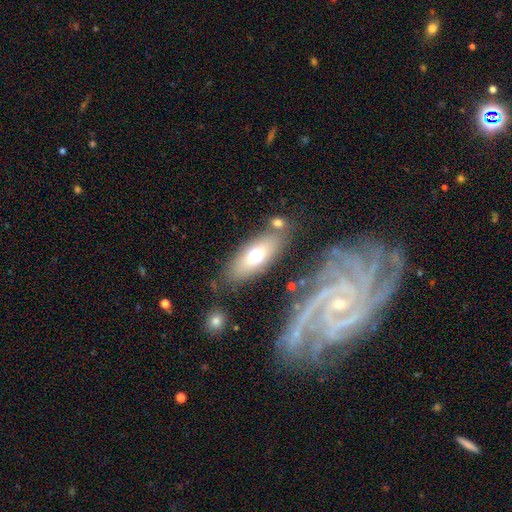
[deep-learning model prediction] A smooth galaxy with no disk features (65%) that is in between round and cigar-shaped (76%).

Vote fractions:
- Smooth or featured? smooth: 65% / featured or disk: 27% / star or artifact: 8%
- How rounded? in between: 76% / cigar-shaped: 20% / round: 4%
- Merging? none: 75% / minor disturbance: 13% / merger: 8% / major disturbance: 5%